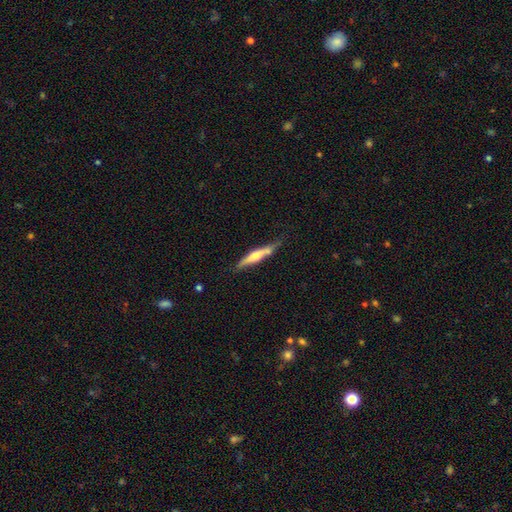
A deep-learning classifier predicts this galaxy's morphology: smooth-or-featured: featured or disk: 57% | smooth: 38% | star or artifact: 5%
  disk-edge-on: yes: 93% | no: 7%
    edge-on-bulge: rounded: 79% | none: 11% | boxy: 10%
  merging: none: 66% | minor disturbance: 23% | merger: 6% | major disturbance: 5%